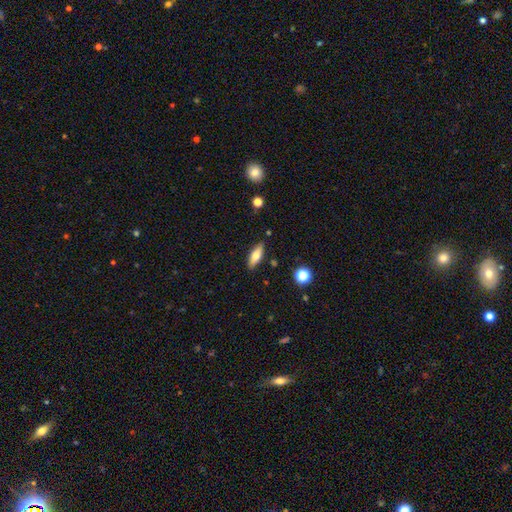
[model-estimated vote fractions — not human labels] Q: Smooth or featured?
A: smooth (62%); runner-up: featured or disk (31%)
Q: How rounded?
A: in between (59%); runner-up: cigar-shaped (38%)
Q: Merging?
A: none (86%); runner-up: minor disturbance (10%)